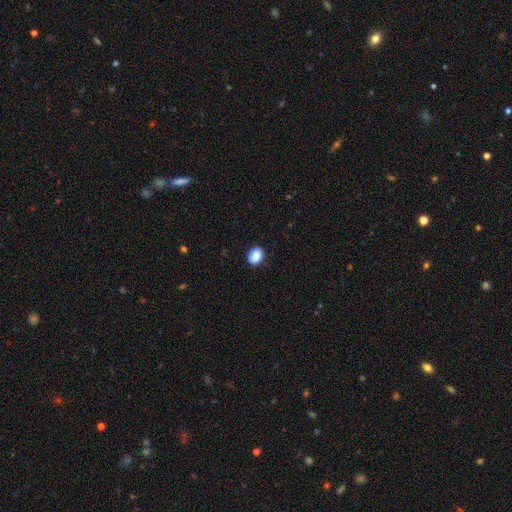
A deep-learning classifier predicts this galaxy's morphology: The model was most divided on "how rounded": in between: 50%, round: 49%, cigar-shaped: 1%. More confident: merging — none (90%); smooth or featured — smooth (88%).